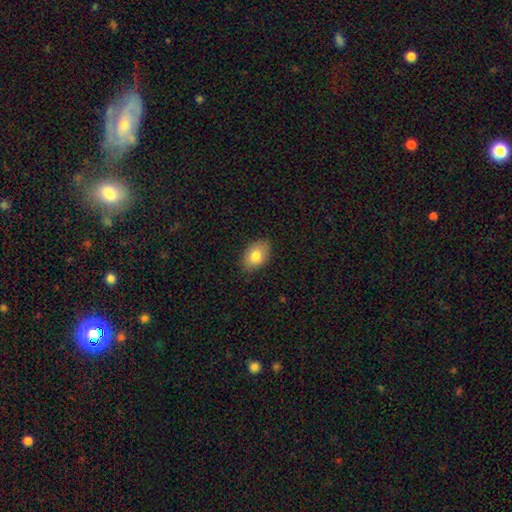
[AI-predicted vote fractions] Smooth or featured? Predicted: smooth (p=0.79). How rounded? Predicted: in between (p=0.85). Merging? Predicted: none (p=0.84).